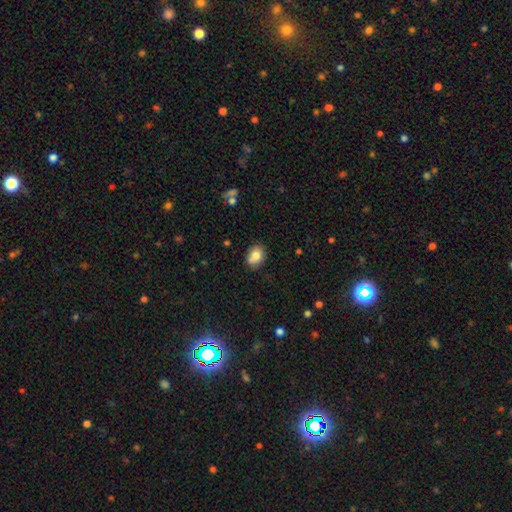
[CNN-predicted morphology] type=smooth (79%); roundness=in between (61%); merging=none (74%).